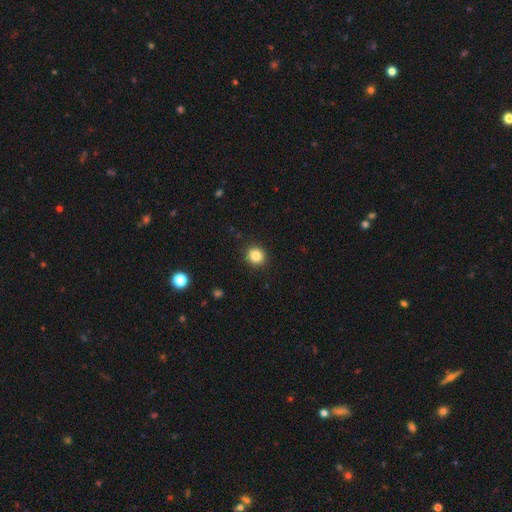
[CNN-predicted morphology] A smooth galaxy with no disk features (85%) that is round (87%).

Vote fractions:
- Smooth or featured? smooth: 85% / star or artifact: 11% / featured or disk: 5%
- How rounded? round: 87% / in between: 12% / cigar-shaped: 1%
- Merging? none: 91% / minor disturbance: 6% / major disturbance: 2% / merger: 1%